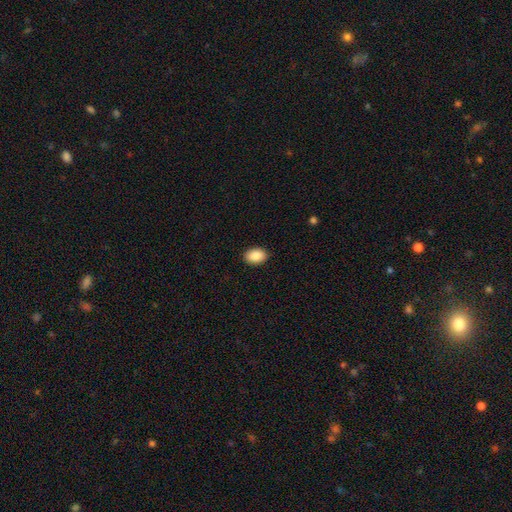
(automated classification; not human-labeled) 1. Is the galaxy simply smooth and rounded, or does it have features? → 89% smooth, 7% star or artifact, 4% featured or disk.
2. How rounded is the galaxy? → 82% in between, 17% round, 1% cigar-shaped.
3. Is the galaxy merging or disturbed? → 90% none, 7% minor disturbance, 2% major disturbance, 1% merger.